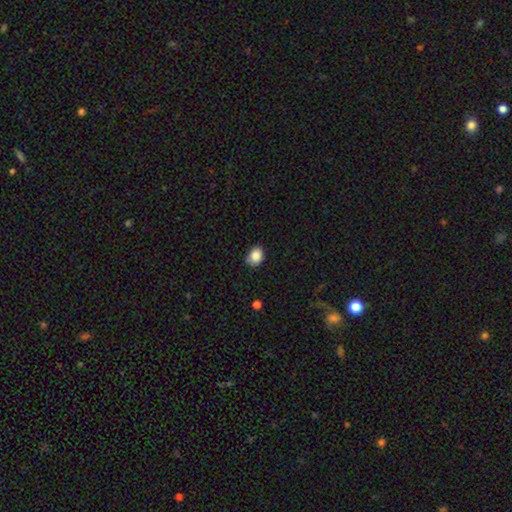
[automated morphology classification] A smooth galaxy with no disk features (86%) that is in between round and cigar-shaped (54%). Merging: none (71%).